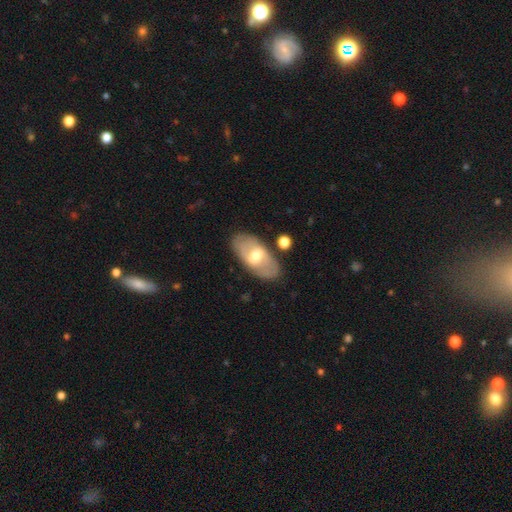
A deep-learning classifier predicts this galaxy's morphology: Smooth or featured?
  - featured or disk: 53% *
  - smooth: 42%
  - star or artifact: 6%
Edge-on disk?
  - no: 87% *
  - yes: 13%
Merging?
  - none: 80% *
  - minor disturbance: 13%
  - major disturbance: 4%
  - merger: 4%